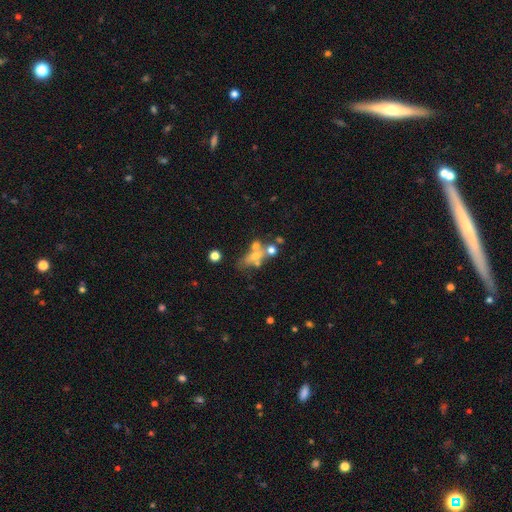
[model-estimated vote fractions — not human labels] Morphology: type=smooth (44%); merging=merger (41%).